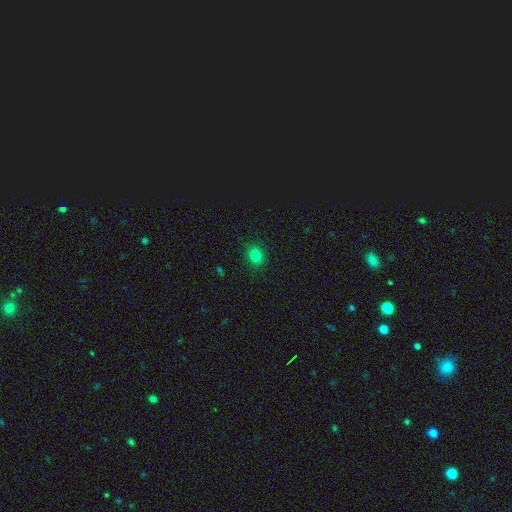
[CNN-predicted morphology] The model was most divided on "how rounded": round: 66%, in between: 33%, cigar-shaped: 1%. More confident: merging — none (89%); smooth or featured — smooth (81%).